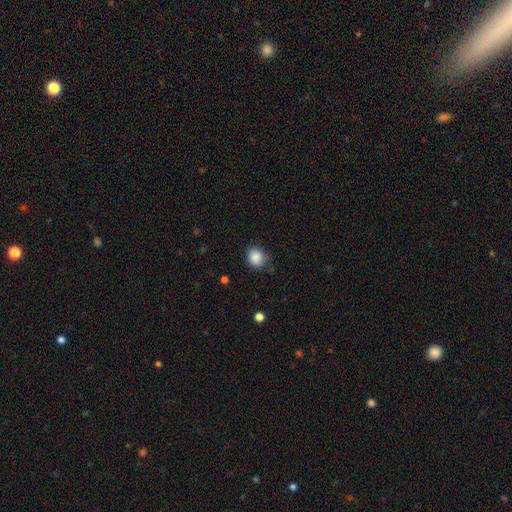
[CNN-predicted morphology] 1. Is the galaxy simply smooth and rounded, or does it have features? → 87% smooth, 9% star or artifact, 4% featured or disk.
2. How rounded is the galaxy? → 76% round, 24% in between, 1% cigar-shaped.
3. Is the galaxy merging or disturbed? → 75% none, 19% minor disturbance, 4% major disturbance, 1% merger.